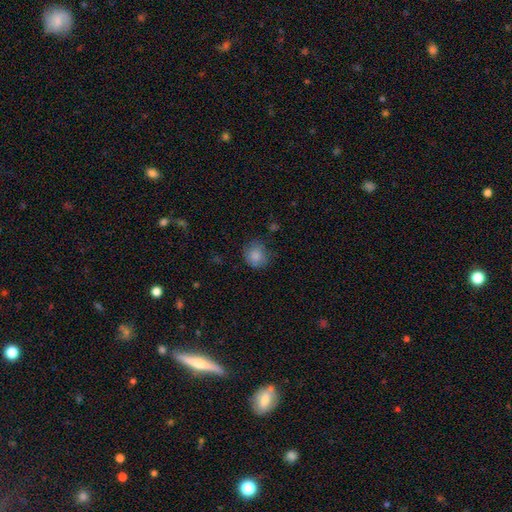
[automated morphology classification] Smooth or featured? smooth (83%)
How rounded? round (81%)
Merging? none (69%)